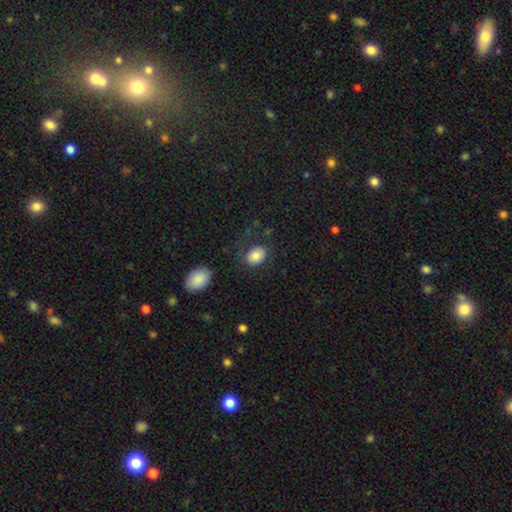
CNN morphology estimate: Smooth or featured? smooth (81%)
How rounded? in between (63%)
Merging? none (72%)